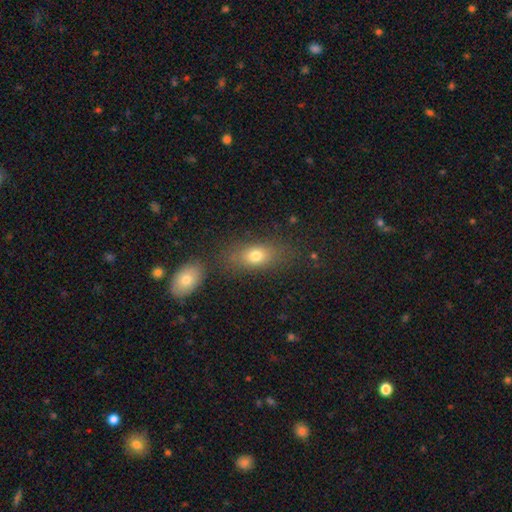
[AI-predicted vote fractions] A smooth galaxy with no disk features (74%) that is in between round and cigar-shaped (75%).

Vote fractions:
- Smooth or featured? smooth: 74% / featured or disk: 13% / star or artifact: 12%
- How rounded? in between: 75% / round: 19% / cigar-shaped: 6%
- Merging? none: 72% / minor disturbance: 14% / merger: 8% / major disturbance: 6%